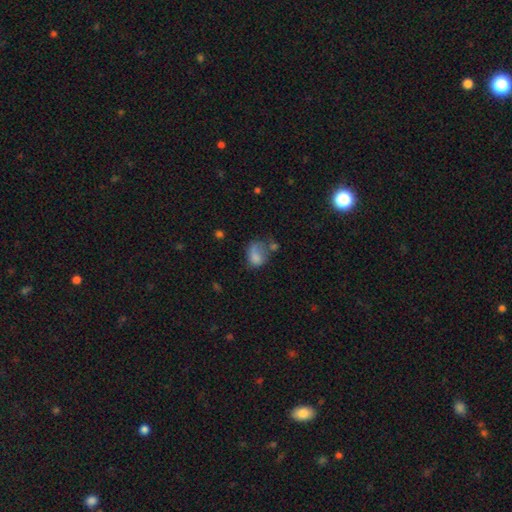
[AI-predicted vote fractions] A smooth galaxy with no disk features (71%) that is in between round and cigar-shaped (69%).

Vote fractions:
- Smooth or featured? smooth: 71% / featured or disk: 18% / star or artifact: 11%
- How rounded? in between: 69% / round: 29% / cigar-shaped: 1%
- Merging? major disturbance: 36% / none: 26% / minor disturbance: 24% / merger: 14%